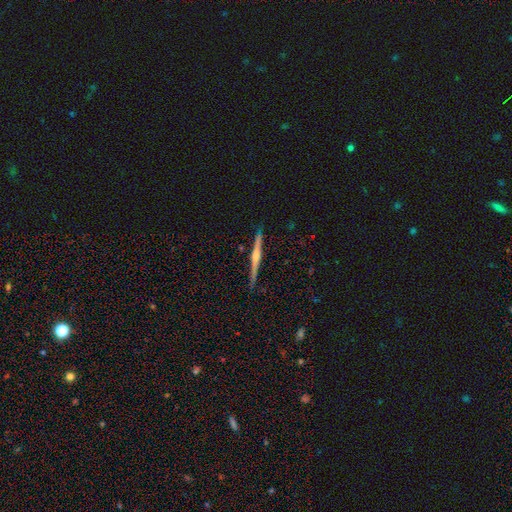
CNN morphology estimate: Smooth or featured: featured or disk — 76% (smooth — 16%)
Edge-on disk: yes — 98% (no — 2%)
Edge-on bulge: rounded — 75% (none — 16%)
Merging: none — 90% (minor disturbance — 7%)